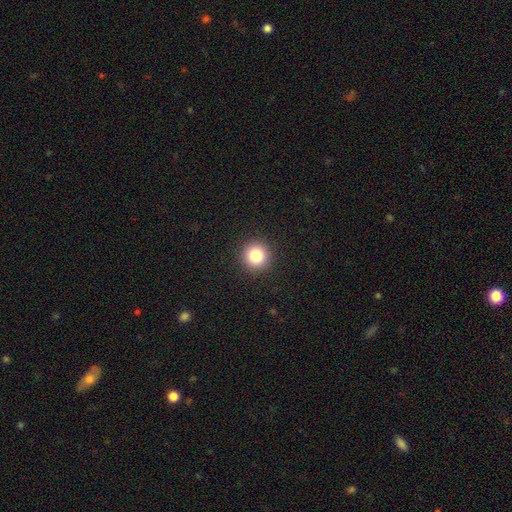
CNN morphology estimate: type=smooth (83%); roundness=round (95%); merging=none (93%).